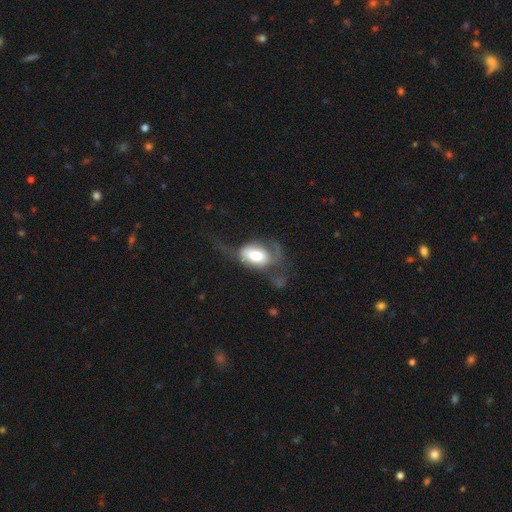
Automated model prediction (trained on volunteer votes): Smooth or featured? Predicted: smooth (p=0.54). How rounded? Predicted: in between (p=0.82). Merging? Predicted: major disturbance (p=0.53).